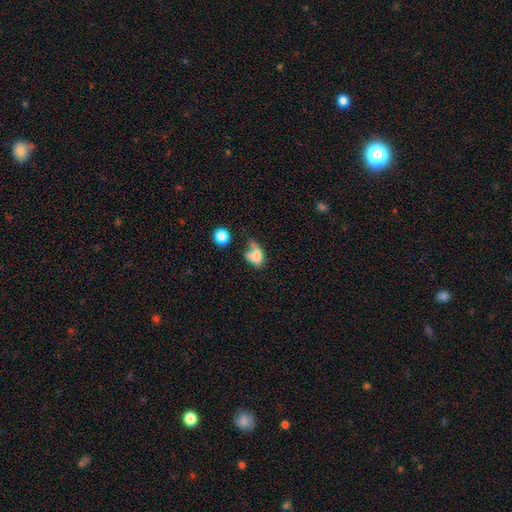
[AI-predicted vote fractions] Smooth or featured? smooth (64%)
How rounded? in between (75%)
Merging? major disturbance (31%)